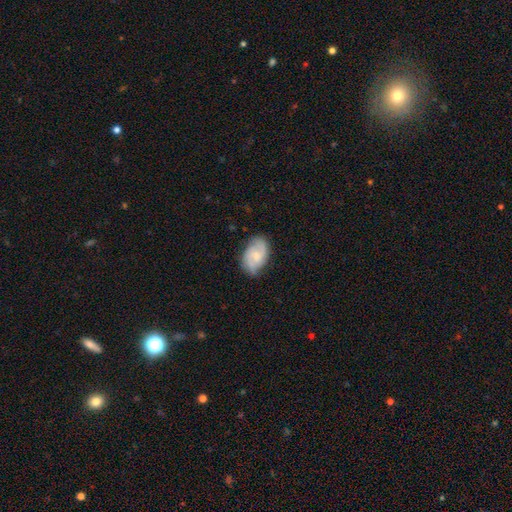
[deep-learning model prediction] This is likely a featured or disk galaxy (62%). It is clearly not viewed edge-on (97%). Bar: possibly no (53%). Spiral arm pattern: clearly yes (93%). Spiral arm count: likely 2 (72%). Spiral winding: possibly medium (47%). Central bulge: marginally small (44%). Merging: likely none (74%).